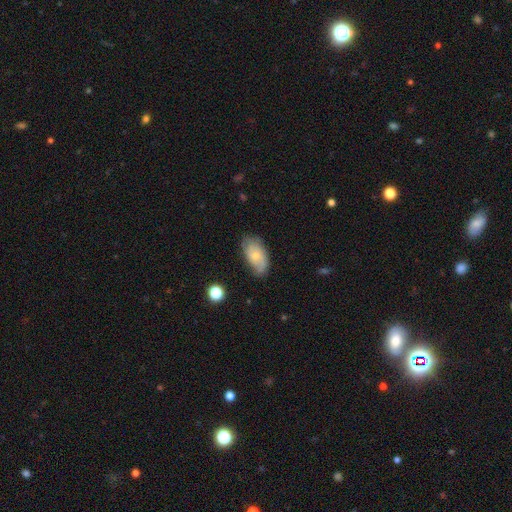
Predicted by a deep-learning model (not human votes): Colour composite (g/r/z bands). It shows a featured or disk galaxy (49%). Merging: none (65%).